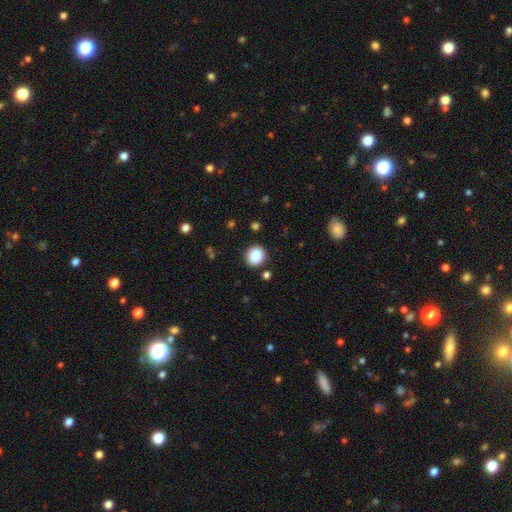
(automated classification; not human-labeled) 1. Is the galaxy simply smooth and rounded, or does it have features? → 87% smooth, 9% star or artifact, 3% featured or disk.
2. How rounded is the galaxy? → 86% round, 13% in between, 1% cigar-shaped.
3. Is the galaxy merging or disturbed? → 88% none, 8% minor disturbance, 3% major disturbance, 2% merger.